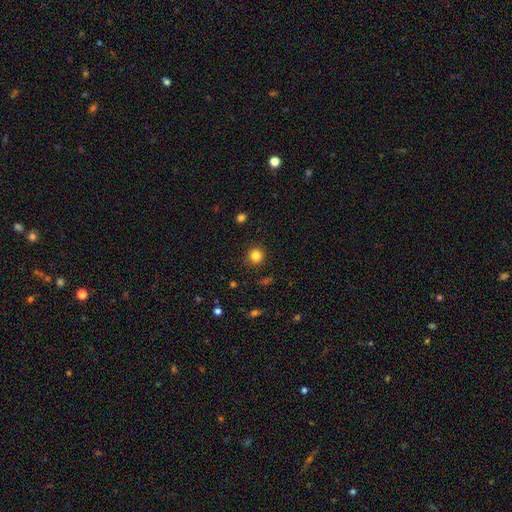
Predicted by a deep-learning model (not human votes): Smooth or featured? smooth (83%)
How rounded? round (93%)
Merging? none (91%)